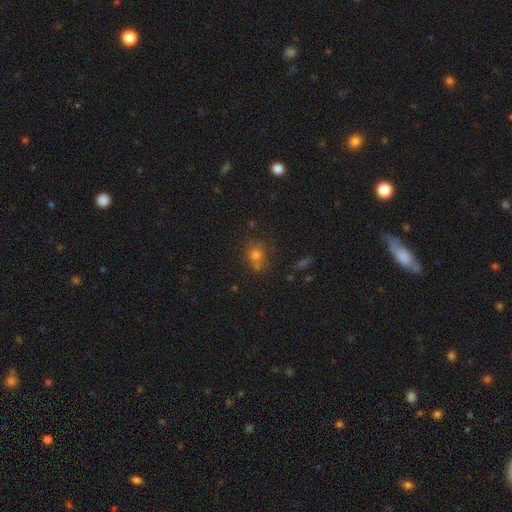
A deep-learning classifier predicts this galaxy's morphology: type=smooth (65%); roundness=round (69%); merging=none (60%).